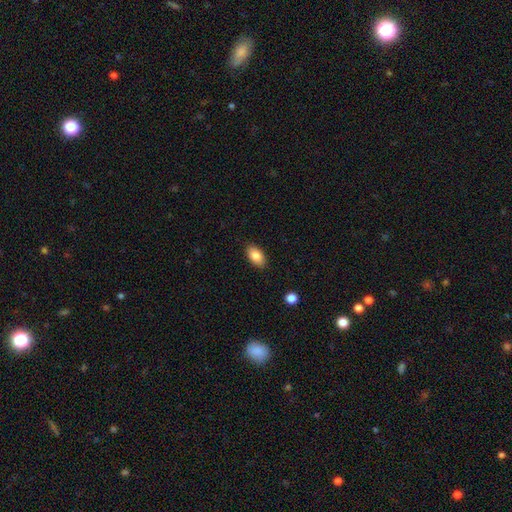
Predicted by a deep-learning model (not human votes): smooth 85%, featured or disk 8%, star or artifact 7%. Down the decision tree: how rounded — in between (93%); merging — none (88%).